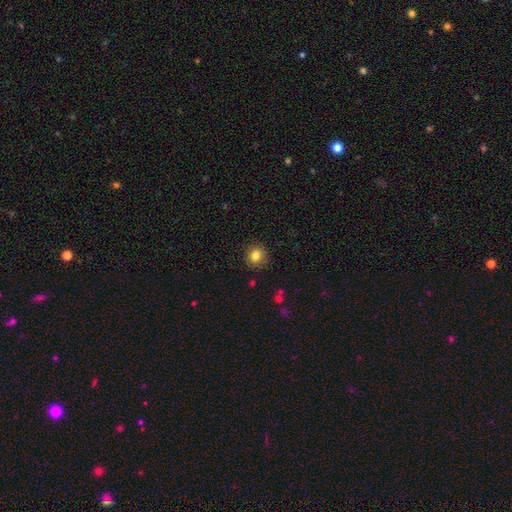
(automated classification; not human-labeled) smooth 82%, star or artifact 11%, featured or disk 7%. Down the decision tree: how rounded — round (88%); merging — none (90%).